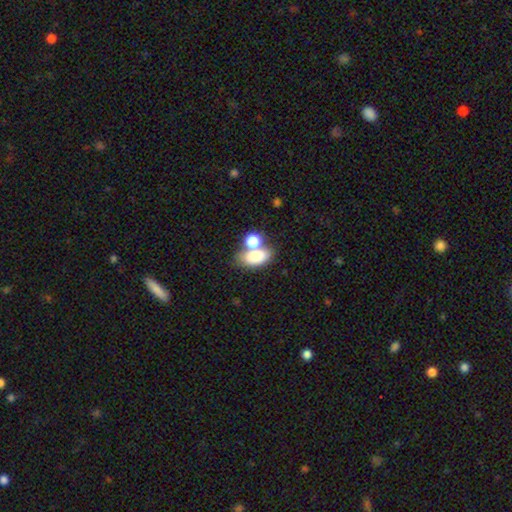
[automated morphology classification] Smooth or featured? smooth (79%)
How rounded? in between (87%)
Merging? none (44%)